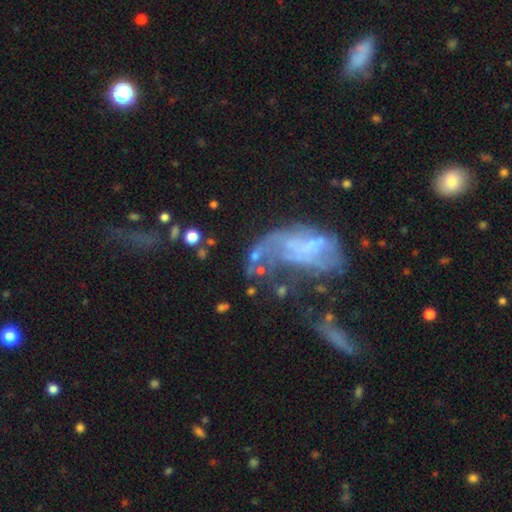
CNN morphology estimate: Smooth or featured?
  - featured or disk: 51% *
  - smooth: 30%
  - star or artifact: 19%
Edge-on disk?
  - no: 93% *
  - yes: 7%
Merging?
  - major disturbance: 35% *
  - none: 29%
  - merger: 21%
  - minor disturbance: 16%